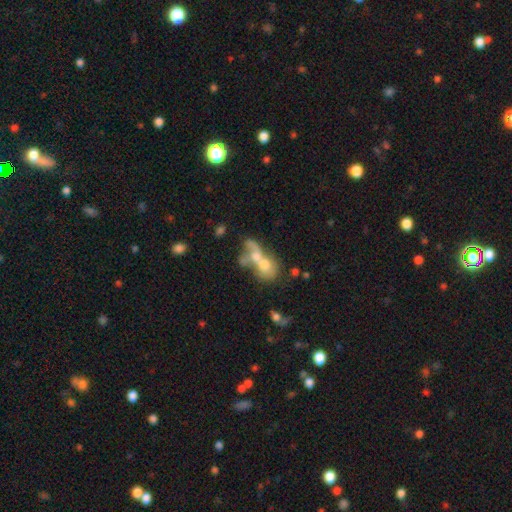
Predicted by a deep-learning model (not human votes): This is possibly a smooth galaxy (50%). How rounded: likely in between (67%). Merging: likely merger (73%).